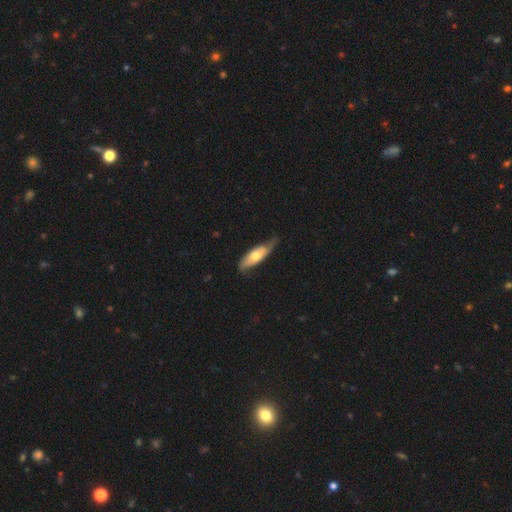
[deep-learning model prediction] smooth-or-featured: smooth: 53% | featured or disk: 42% | star or artifact: 5%
  how-rounded: in between: 58% | cigar-shaped: 40% | round: 2%
  merging: none: 53% | minor disturbance: 37% | major disturbance: 9% | merger: 2%